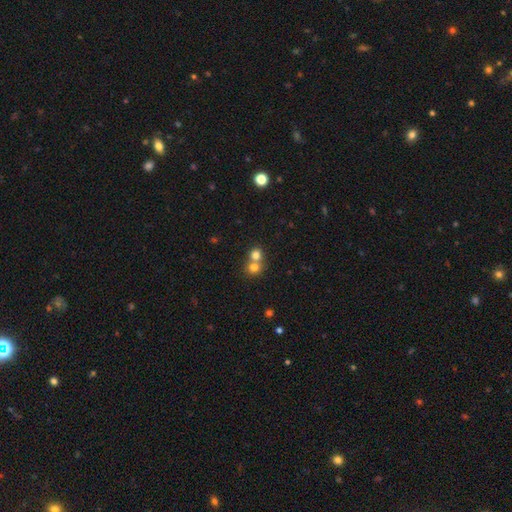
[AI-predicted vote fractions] A smooth galaxy with no disk features (77%) that is round (84%). Merging: merger (55%).